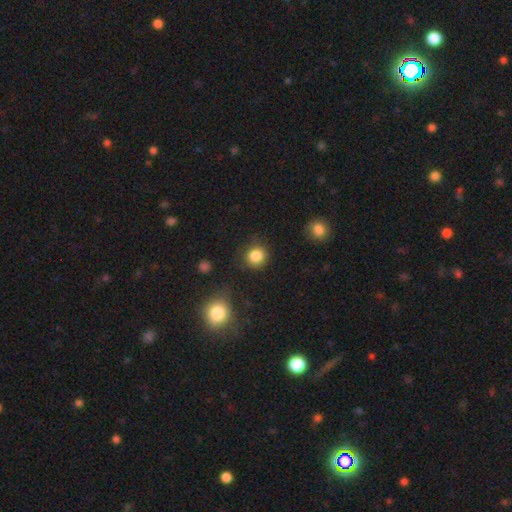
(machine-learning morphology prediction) A smooth galaxy with no disk features (85%) that is round (88%).

Vote fractions:
- Smooth or featured? smooth: 85% / star or artifact: 11% / featured or disk: 4%
- How rounded? round: 88% / in between: 11% / cigar-shaped: 1%
- Merging? none: 84% / minor disturbance: 10% / major disturbance: 3% / merger: 2%